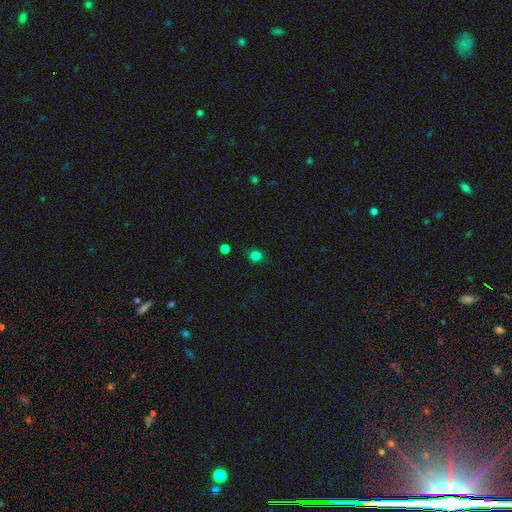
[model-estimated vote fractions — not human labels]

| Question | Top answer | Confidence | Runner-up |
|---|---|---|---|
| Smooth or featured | smooth | 80% | star or artifact (16%) |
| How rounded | round | 76% | in between (23%) |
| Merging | none | 87% | minor disturbance (9%) |